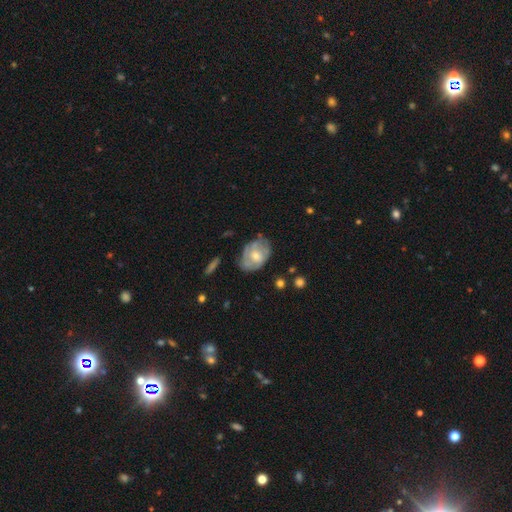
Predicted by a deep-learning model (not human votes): This is possibly a featured or disk galaxy (54%). It is clearly not viewed edge-on (95%). Bar: likely no (71%). Spiral arm pattern: possibly yes (57%). Central bulge: possibly moderate (54%). Merging: possibly none (59%).